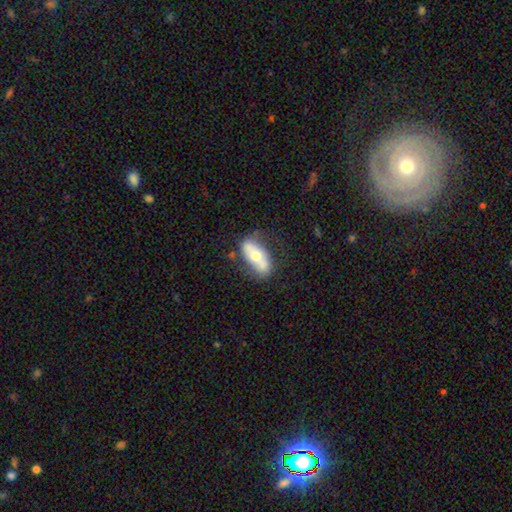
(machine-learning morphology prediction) This appears to be a smooth galaxy with no disk features (50%) that is in between round and cigar-shaped (81%). Merging: none (71%).